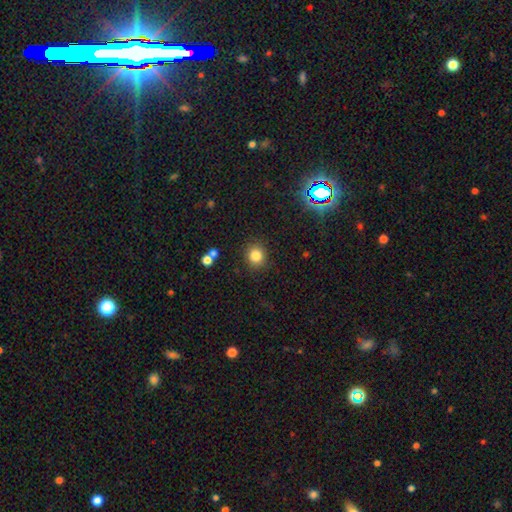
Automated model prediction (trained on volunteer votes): smooth-or-featured: smooth: 82% | star or artifact: 12% | featured or disk: 6%
  how-rounded: round: 85% | in between: 14% | cigar-shaped: 1%
  merging: none: 86% | minor disturbance: 9% | major disturbance: 3% | merger: 3%